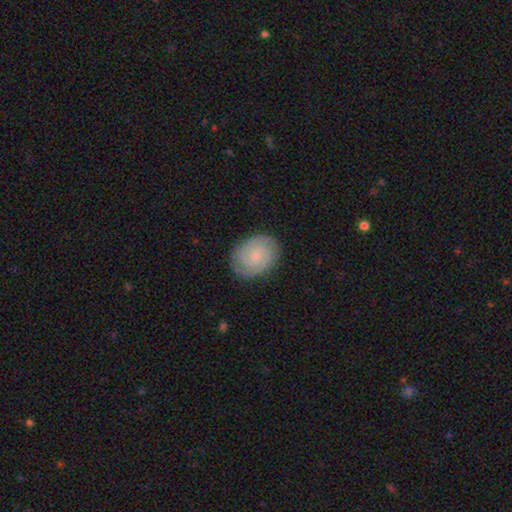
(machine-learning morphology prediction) This is clearly a featured or disk galaxy (81%). It is clearly not viewed edge-on (98%). Bar: likely no (74%). Spiral arm pattern: clearly yes (97%). Spiral arm count: likely 2 (60%). Spiral winding: likely tight (76%). Central bulge: likely small (80%). Merging: clearly none (85%).